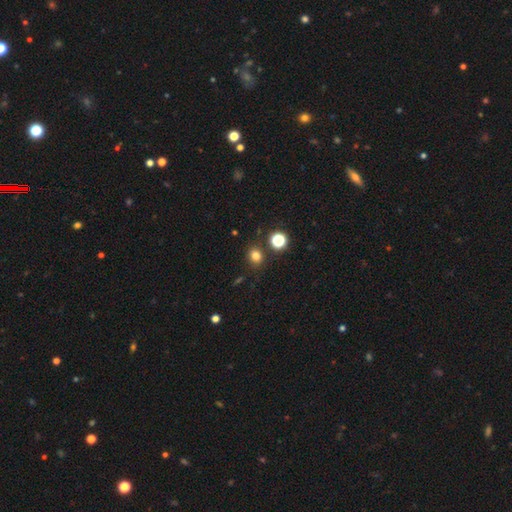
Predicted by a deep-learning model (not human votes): This is likely a smooth galaxy (79%). How rounded: likely round (69%). Merging: clearly none (83%).